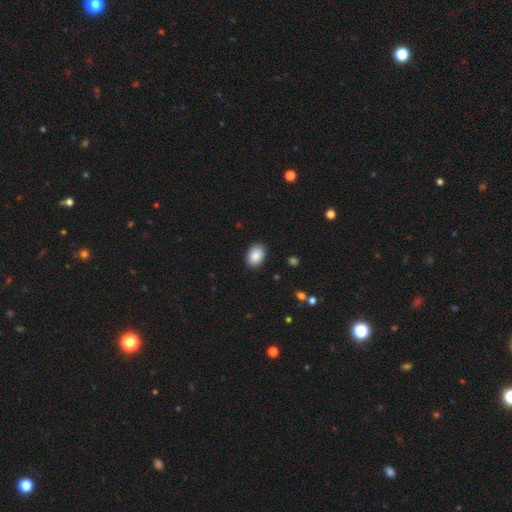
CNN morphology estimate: Q: Smooth or featured?
A: smooth (88%); runner-up: star or artifact (7%)
Q: How rounded?
A: in between (81%); runner-up: round (18%)
Q: Merging?
A: none (89%); runner-up: minor disturbance (8%)